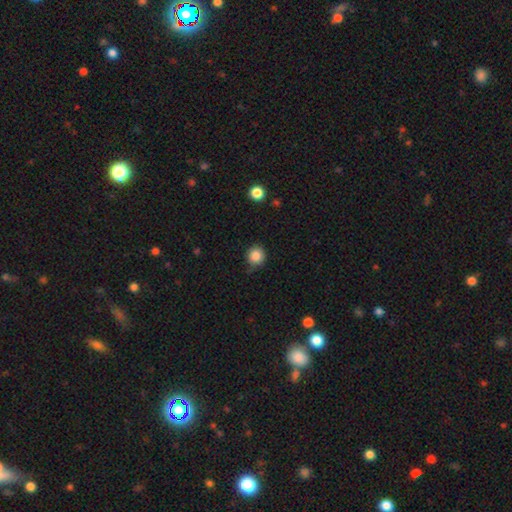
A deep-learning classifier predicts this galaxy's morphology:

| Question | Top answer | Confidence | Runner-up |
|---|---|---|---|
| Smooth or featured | smooth | 85% | star or artifact (10%) |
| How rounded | round | 88% | in between (11%) |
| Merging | none | 78% | minor disturbance (17%) |